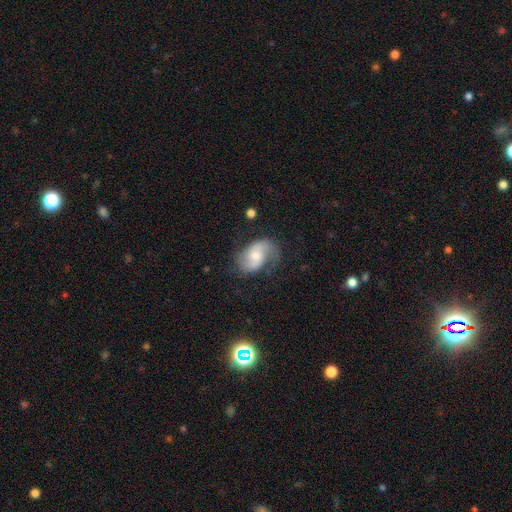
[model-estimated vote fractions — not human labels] featured or disk 72%, smooth 22%, star or artifact 6%. Down the decision tree: edge-on disk — no (97%); bar — no (53%); spiral arms — yes (93%); spiral arm count — 2 (84%); spiral winding — loose (45%); bulge size — moderate (49%); merging — none (61%).